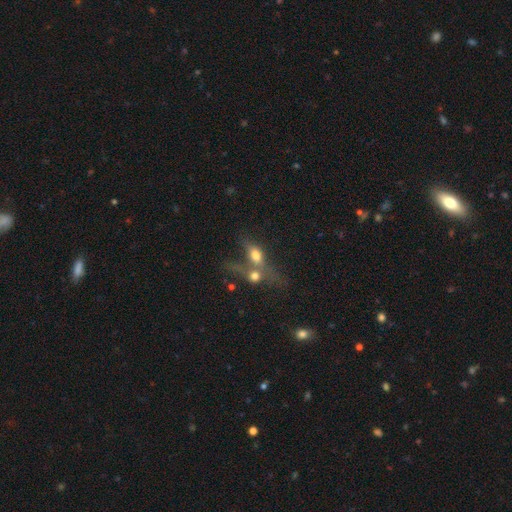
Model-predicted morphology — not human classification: smooth 60%, featured or disk 28%, star or artifact 12%. Down the decision tree: how rounded — in between (58%); merging — merger (64%).